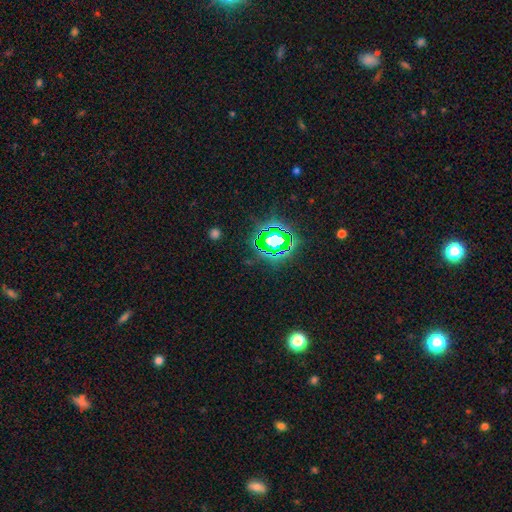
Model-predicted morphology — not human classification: smooth-or-featured: star or artifact: 79% | smooth: 14% | featured or disk: 7%